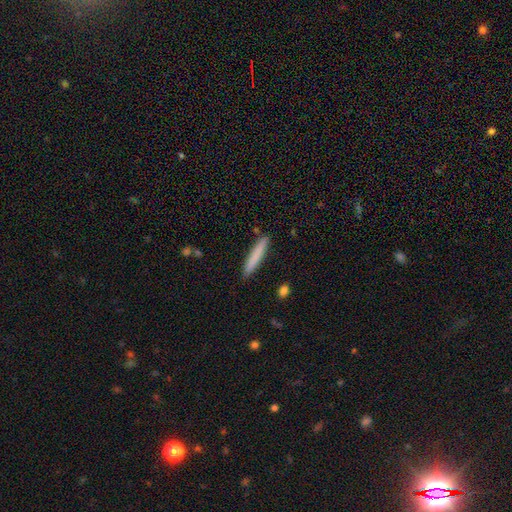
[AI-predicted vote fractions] Smooth or featured? Predicted: smooth (p=0.79). How rounded? Predicted: cigar-shaped (p=0.94). Merging? Predicted: none (p=0.89).